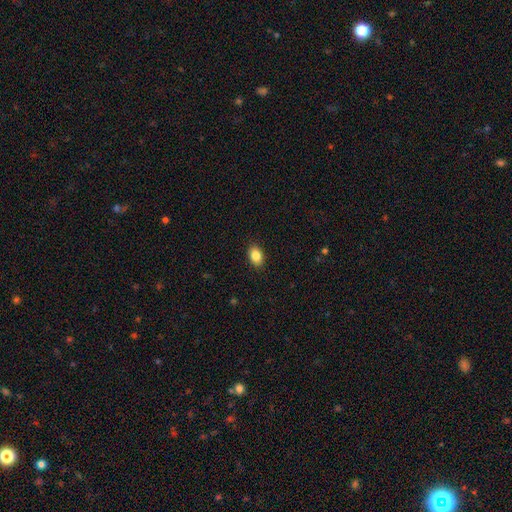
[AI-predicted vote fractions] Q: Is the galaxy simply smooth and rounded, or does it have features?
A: smooth — 86%.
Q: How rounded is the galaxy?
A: in between — 85%.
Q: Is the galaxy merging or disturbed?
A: none — 89%.